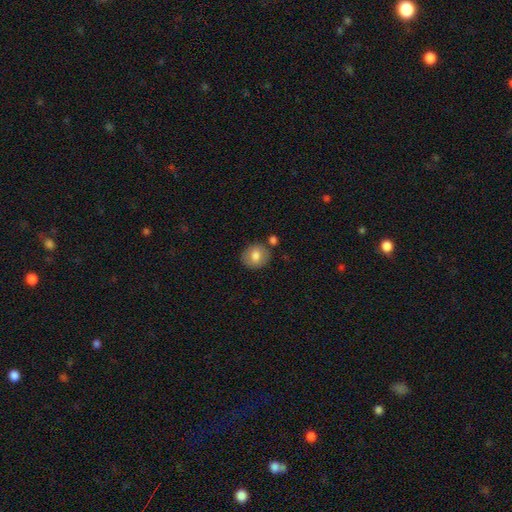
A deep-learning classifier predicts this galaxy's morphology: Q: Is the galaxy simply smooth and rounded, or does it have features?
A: smooth — 77%.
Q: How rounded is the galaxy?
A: round — 80%.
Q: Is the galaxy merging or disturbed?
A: none — 79%.